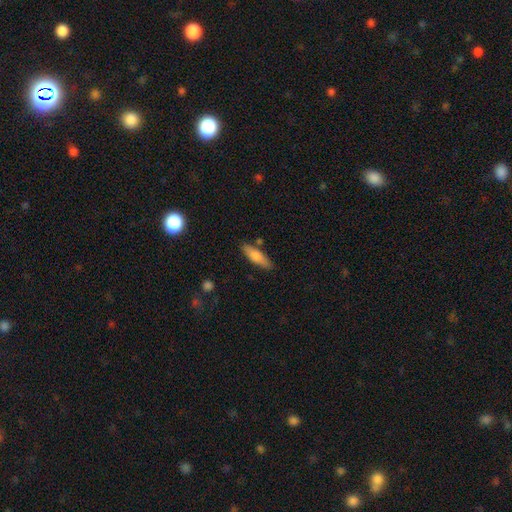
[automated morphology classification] smooth 76%, featured or disk 18%, star or artifact 6%. Down the decision tree: how rounded — cigar-shaped (57%); merging — none (82%).